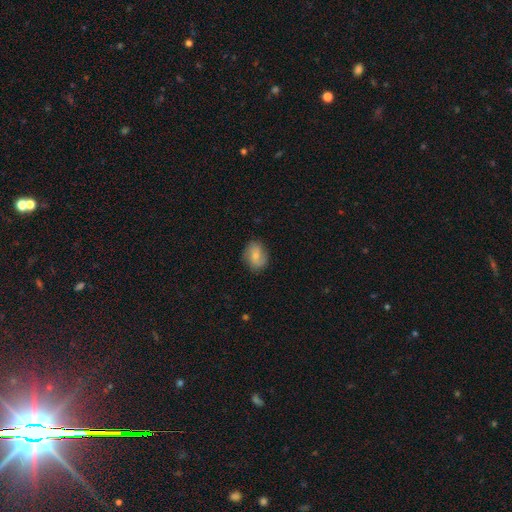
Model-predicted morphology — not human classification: A smooth galaxy with no disk features (66%) that is in between round and cigar-shaped (58%). Merging: none (80%).